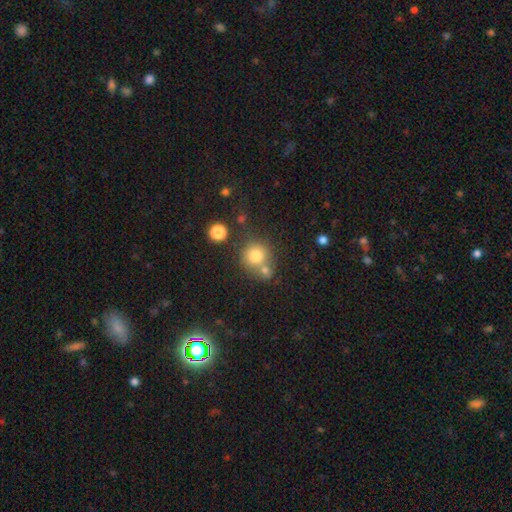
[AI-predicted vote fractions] Q: Smooth or featured?
A: smooth (75%); runner-up: star or artifact (13%)
Q: How rounded?
A: round (88%); runner-up: in between (12%)
Q: Merging?
A: none (51%); runner-up: merger (35%)